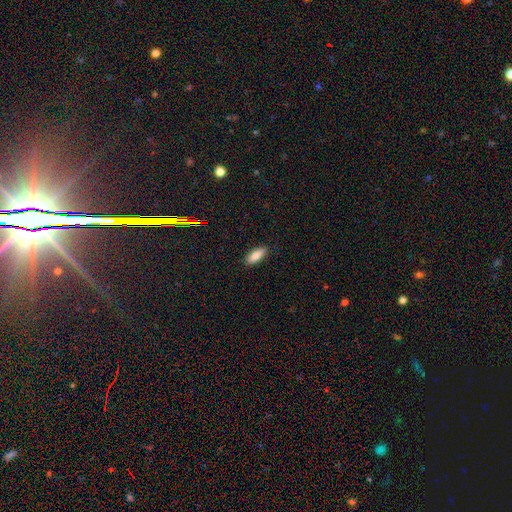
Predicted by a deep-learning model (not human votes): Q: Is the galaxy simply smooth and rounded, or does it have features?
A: smooth — 84%.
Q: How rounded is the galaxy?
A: in between — 73%.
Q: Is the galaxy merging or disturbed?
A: none — 89%.